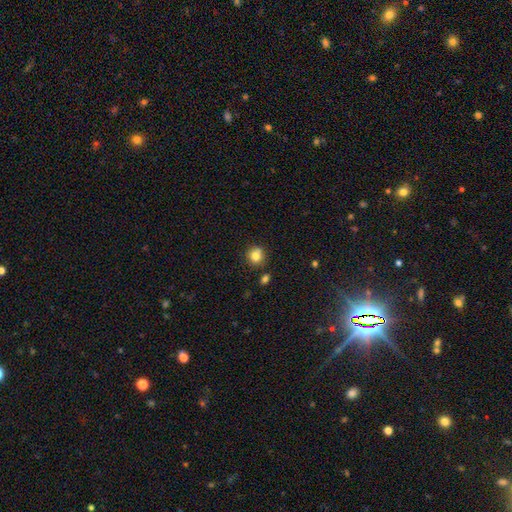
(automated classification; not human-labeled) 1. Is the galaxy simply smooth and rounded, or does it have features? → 81% smooth, 11% star or artifact, 8% featured or disk.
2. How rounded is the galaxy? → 87% round, 12% in between, 1% cigar-shaped.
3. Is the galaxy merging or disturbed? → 80% none, 11% minor disturbance, 7% merger, 2% major disturbance.